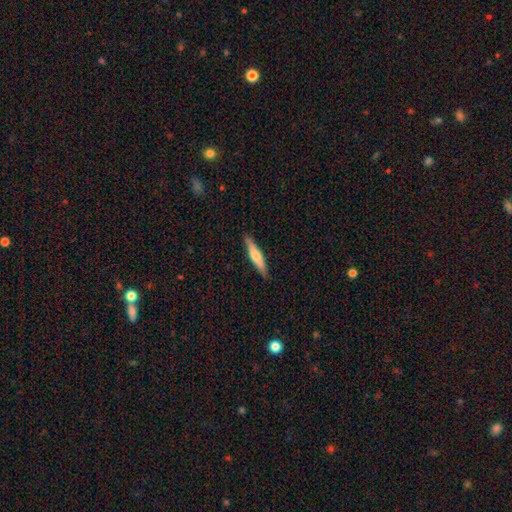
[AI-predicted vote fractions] This appears to be a smooth galaxy with no disk features (53%) that is cigar-shaped (89%). Merging: none (90%).